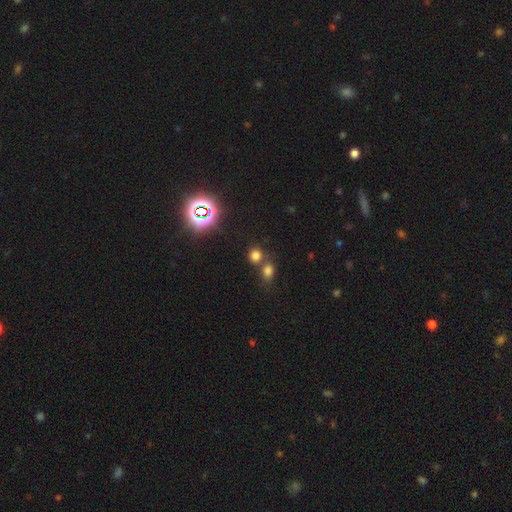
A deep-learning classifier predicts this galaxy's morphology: Overall: smooth (68%). How rounded: round (75%). Merging: none (56%; merger 33%).